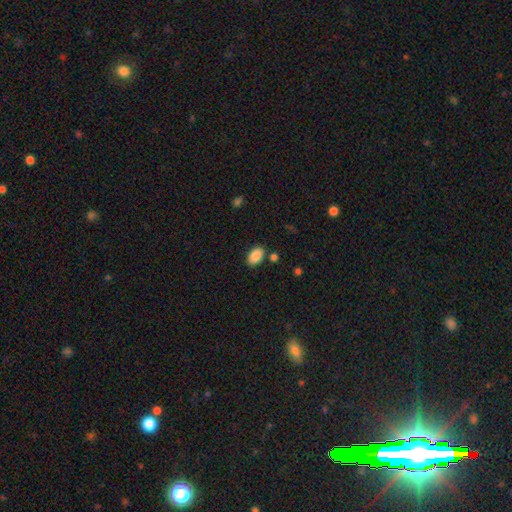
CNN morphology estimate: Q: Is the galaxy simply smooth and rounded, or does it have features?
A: smooth — 89%.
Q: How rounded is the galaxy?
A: in between — 92%.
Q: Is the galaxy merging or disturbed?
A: none — 81%.